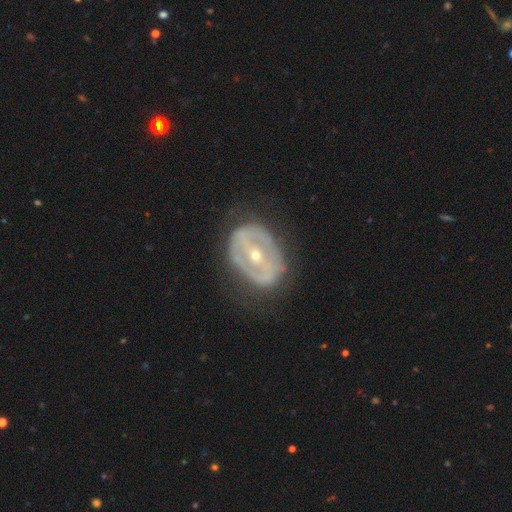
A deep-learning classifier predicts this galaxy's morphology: featured or disk 79%, smooth 14%, star or artifact 6%. Down the decision tree: edge-on disk — no (94%); bar — strong (51%); spiral arms — no (62%); bulge size — small (58%); merging — none (68%).